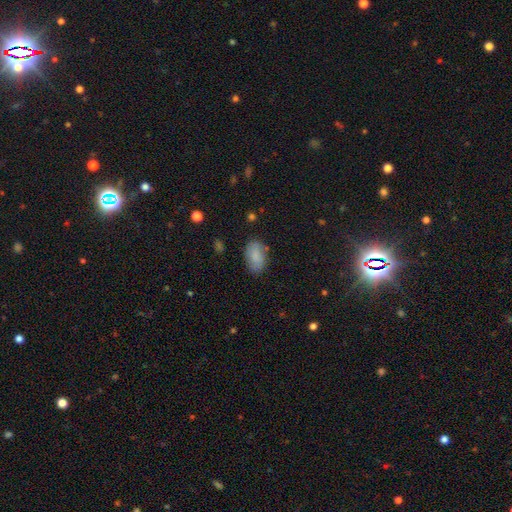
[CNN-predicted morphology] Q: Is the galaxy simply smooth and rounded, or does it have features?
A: smooth — 84%.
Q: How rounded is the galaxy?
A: in between — 92%.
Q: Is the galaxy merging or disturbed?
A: none — 79%.